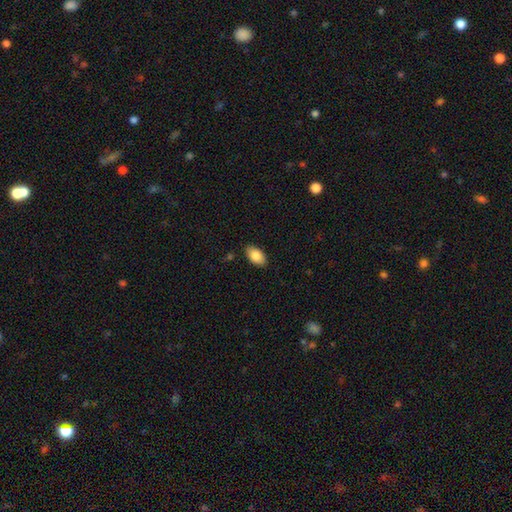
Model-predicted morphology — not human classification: Smooth or featured? smooth (86%)
How rounded? in between (94%)
Merging? none (87%)